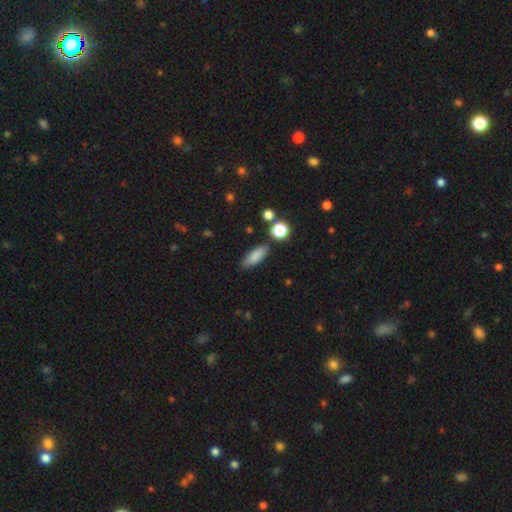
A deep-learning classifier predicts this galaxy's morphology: Smooth or featured: smooth — 84% (star or artifact — 9%)
How rounded: in between — 67% (cigar-shaped — 30%)
Merging: none — 81% (minor disturbance — 12%)